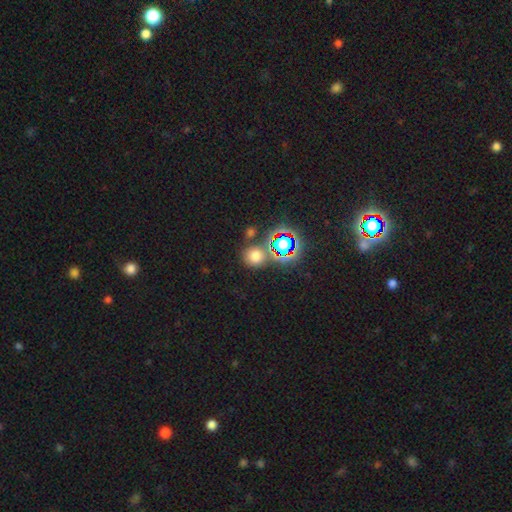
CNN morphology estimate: smooth 64%, star or artifact 28%, featured or disk 8%. Down the decision tree: how rounded — round (84%); merging — none (72%).